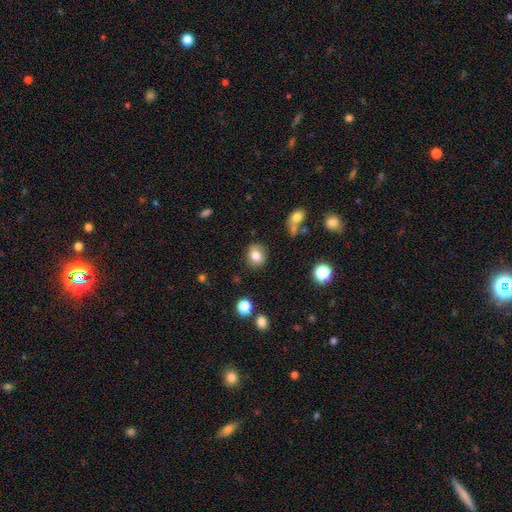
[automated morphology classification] A smooth galaxy with no disk features (79%) that is round (67%).

Vote fractions:
- Smooth or featured? smooth: 79% / featured or disk: 11% / star or artifact: 10%
- How rounded? round: 67% / in between: 32% / cigar-shaped: 1%
- Merging? none: 81% / minor disturbance: 13% / major disturbance: 3% / merger: 3%